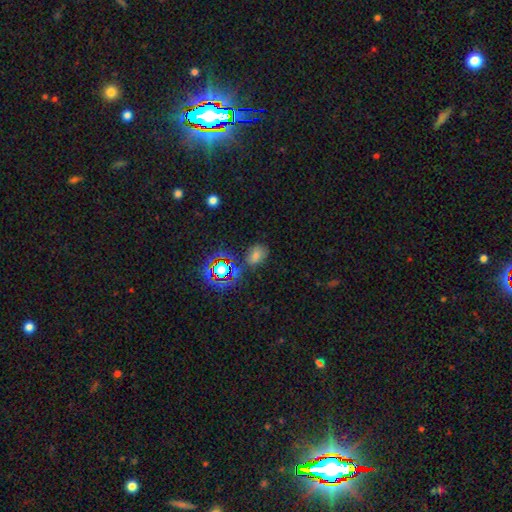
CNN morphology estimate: type=smooth (54%); roundness=in between (64%); merging=none (73%).